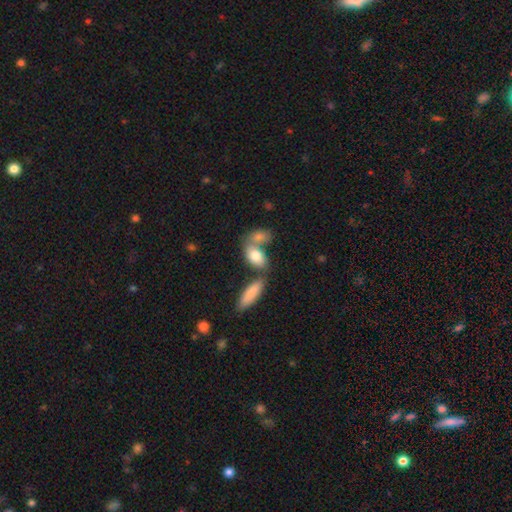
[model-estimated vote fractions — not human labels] A smooth galaxy with no disk features (79%) that is in between round and cigar-shaped (84%). Merging: merger (45%).